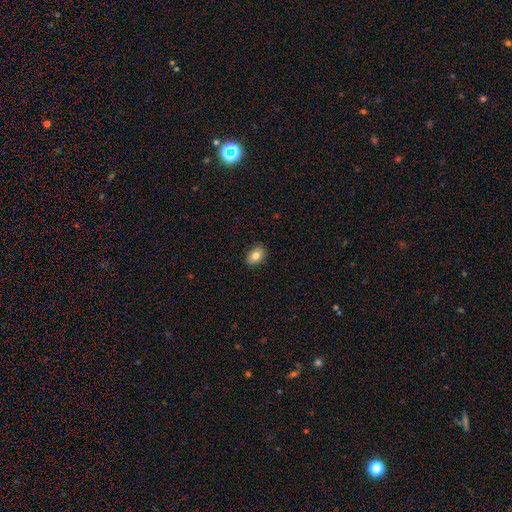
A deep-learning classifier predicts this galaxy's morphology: Smooth or featured?
  - smooth: 81% *
  - featured or disk: 11%
  - star or artifact: 8%
How rounded?
  - in between: 78% *
  - round: 20%
  - cigar-shaped: 1%
Merging?
  - none: 87% *
  - minor disturbance: 11%
  - major disturbance: 2%
  - merger: 1%